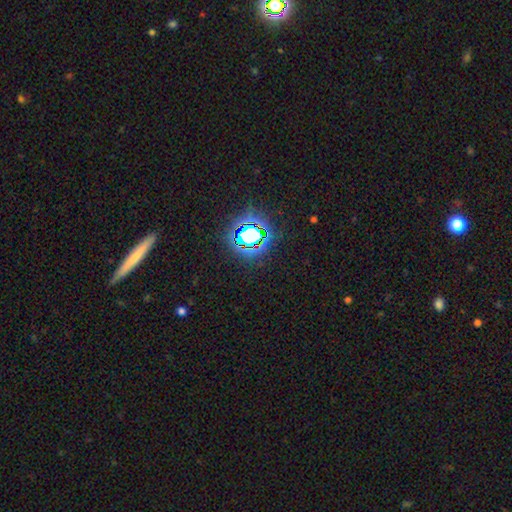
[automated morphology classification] This appears to be a star or artifact, not a galaxy (72%).